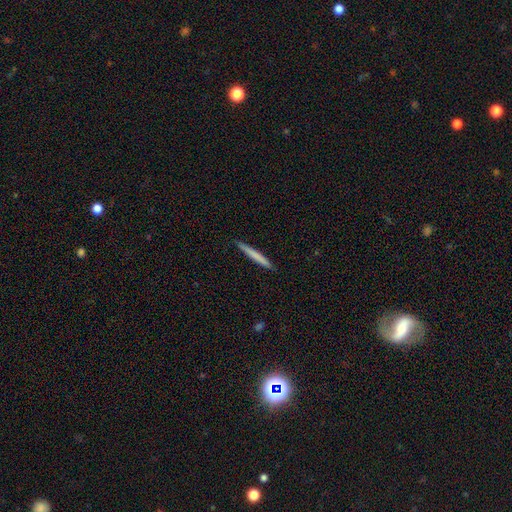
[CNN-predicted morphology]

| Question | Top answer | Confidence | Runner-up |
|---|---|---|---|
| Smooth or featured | smooth | 70% | featured or disk (24%) |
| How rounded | cigar-shaped | 97% | in between (2%) |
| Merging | none | 91% | minor disturbance (7%) |